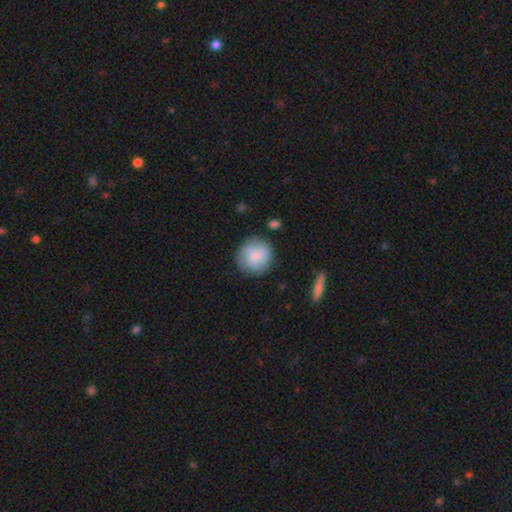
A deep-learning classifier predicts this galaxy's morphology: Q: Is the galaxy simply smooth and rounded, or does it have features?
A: smooth — 62%.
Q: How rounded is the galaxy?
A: round — 92%.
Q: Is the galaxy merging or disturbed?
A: none — 75%.